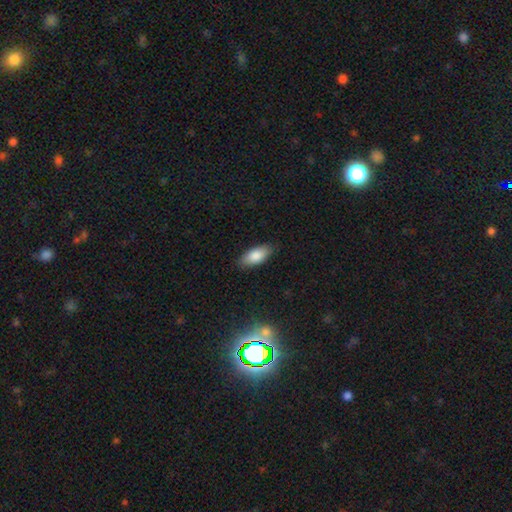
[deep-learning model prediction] smooth_or_featured: smooth (p=0.85) [alt: featured or disk p=0.09]
how_rounded: in between (p=0.88) [alt: cigar-shaped p=0.10]
merging: none (p=0.85) [alt: minor disturbance p=0.12]